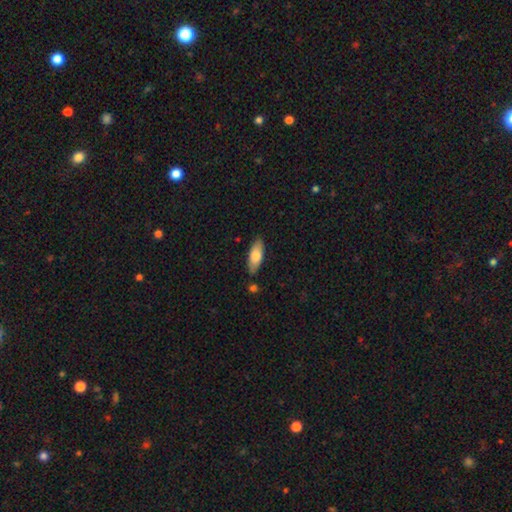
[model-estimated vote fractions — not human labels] A smooth galaxy with no disk features (76%) that is in between round and cigar-shaped (70%). Merging: none (82%).